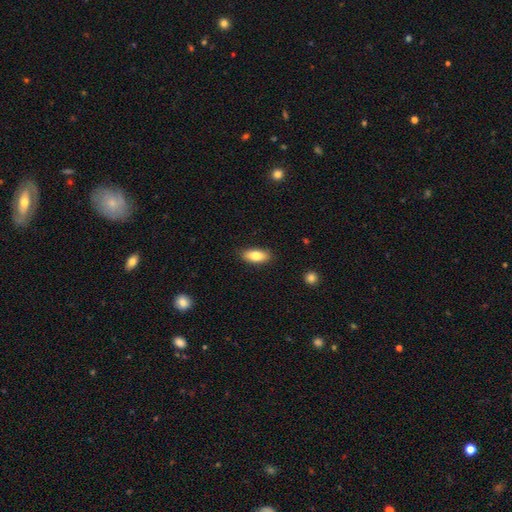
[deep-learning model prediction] This appears to be a smooth galaxy with no disk features (80%) that is in between round and cigar-shaped (83%). Merging: none (87%).